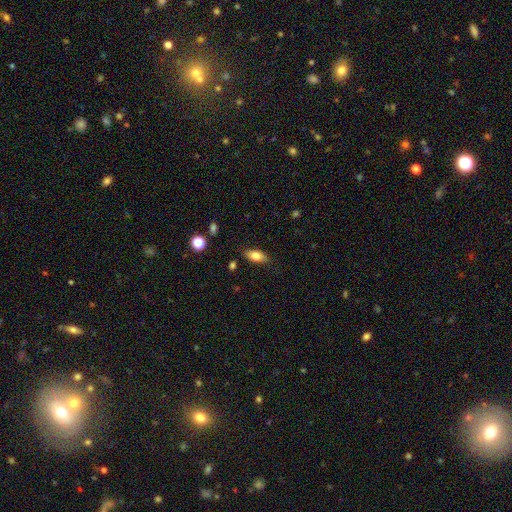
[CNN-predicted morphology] This is likely a smooth galaxy (79%). How rounded: clearly in between (85%). Merging: clearly none (82%).